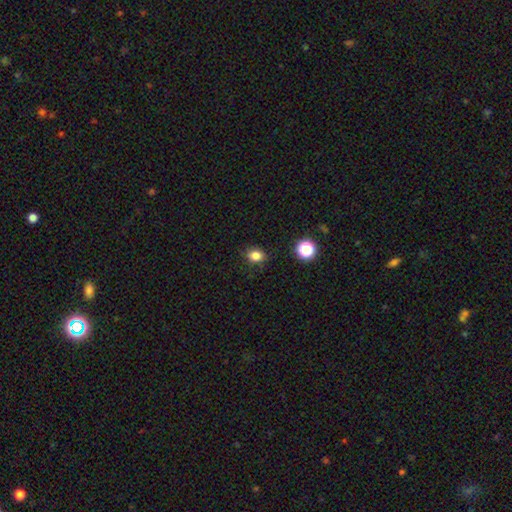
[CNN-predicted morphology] Smooth or featured? Predicted: smooth (p=0.82). How rounded? Predicted: round (p=0.50). Merging? Predicted: none (p=0.82).